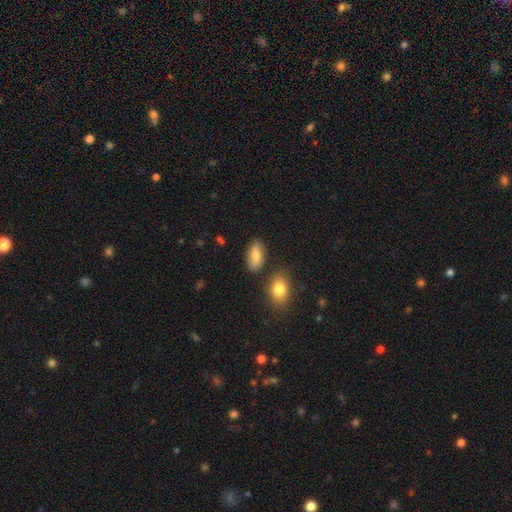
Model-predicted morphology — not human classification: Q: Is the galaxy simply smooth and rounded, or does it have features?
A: smooth — 79%.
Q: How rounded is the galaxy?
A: in between — 86%.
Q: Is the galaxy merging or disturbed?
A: none — 79%.